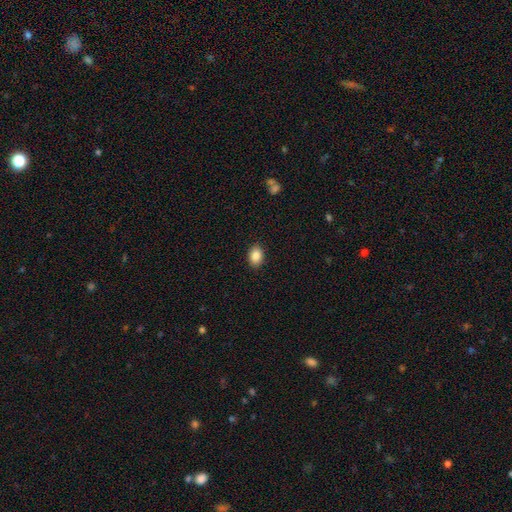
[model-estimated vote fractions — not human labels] Q: Smooth or featured?
A: smooth (88%); runner-up: star or artifact (8%)
Q: How rounded?
A: in between (76%); runner-up: round (23%)
Q: Merging?
A: none (89%); runner-up: minor disturbance (8%)